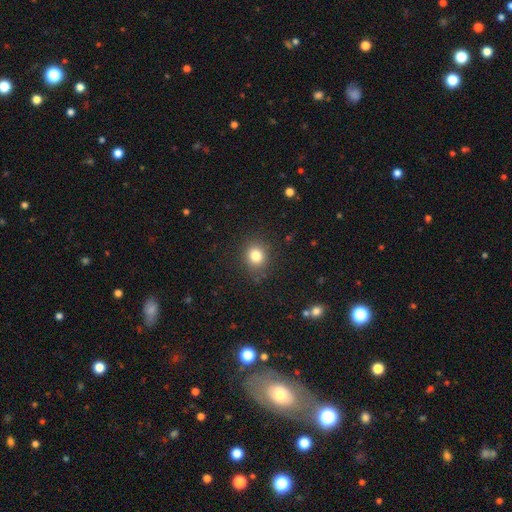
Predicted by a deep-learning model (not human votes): Morphology: type=smooth (81%); roundness=round (72%); merging=none (85%).